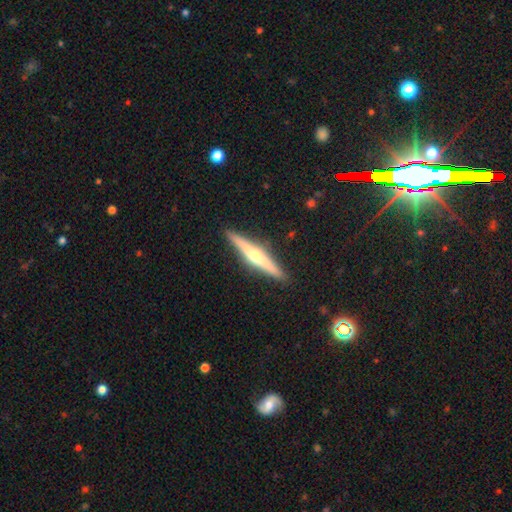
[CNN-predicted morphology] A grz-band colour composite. It shows a featured or disk galaxy (68%) viewed edge-on (97%) with a rounded central bulge (86%). Merging: none (91%).